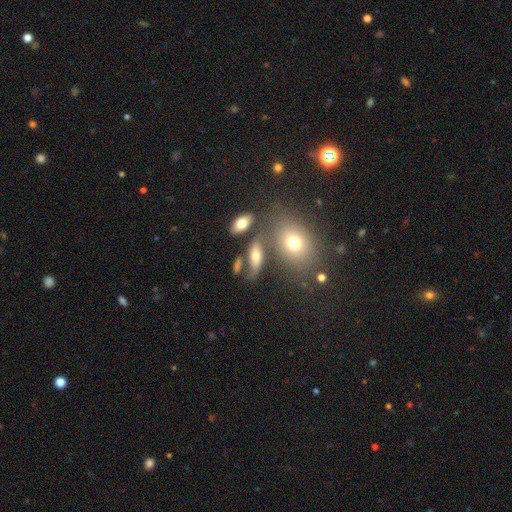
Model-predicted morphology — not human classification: This is possibly a smooth galaxy (52%). How rounded: likely in between (65%). Merging: possibly none (56%).